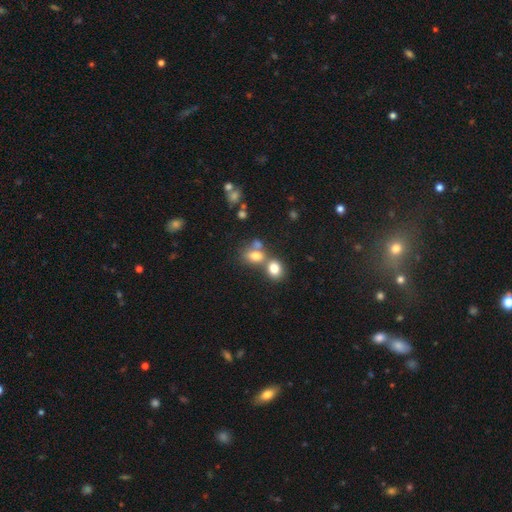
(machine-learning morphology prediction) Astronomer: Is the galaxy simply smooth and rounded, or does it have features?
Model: smooth — 75%.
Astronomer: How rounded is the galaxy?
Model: in between — 57% (runner-up: round, 42%).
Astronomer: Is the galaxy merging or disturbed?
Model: merger — 46% (runner-up: none, 39%).